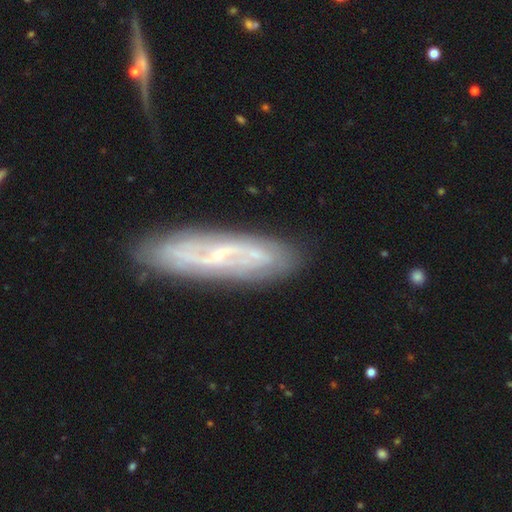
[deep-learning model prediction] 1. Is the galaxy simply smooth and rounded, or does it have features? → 67% featured or disk, 23% smooth, 10% star or artifact.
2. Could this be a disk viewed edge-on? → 83% no, 17% yes.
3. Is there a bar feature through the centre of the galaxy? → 42% no, 35% weak, 22% strong.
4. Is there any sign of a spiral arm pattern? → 69% yes, 31% no.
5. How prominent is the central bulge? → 61% small, 23% moderate, 11% none, 3% large, 2% dominant.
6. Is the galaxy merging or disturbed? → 71% none, 18% minor disturbance, 7% major disturbance, 3% merger.